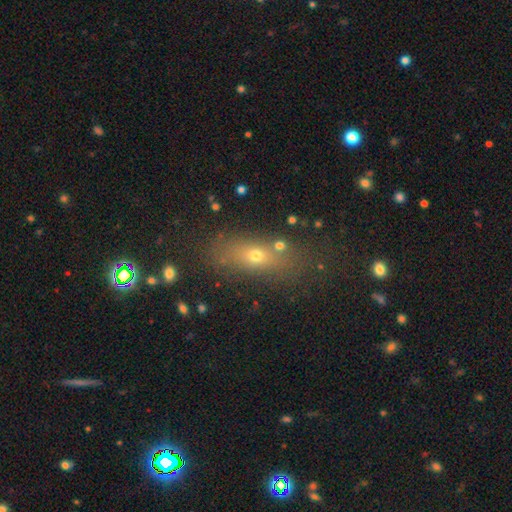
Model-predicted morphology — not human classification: Smooth or featured? smooth (61%)
How rounded? in between (60%)
Merging? none (73%)